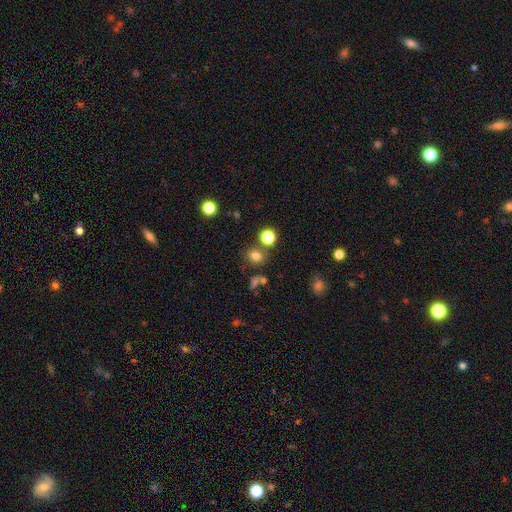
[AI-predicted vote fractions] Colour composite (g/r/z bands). It shows a smooth galaxy with no disk features (73%) that is round (63%). Merging: none (71%).